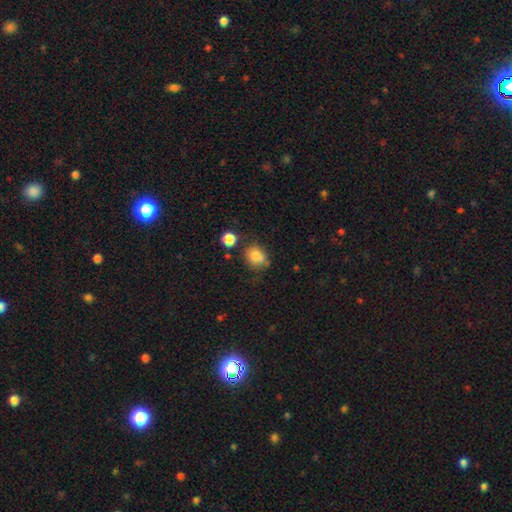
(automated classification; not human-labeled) Smooth or featured?
  - smooth: 81% *
  - star or artifact: 11%
  - featured or disk: 8%
How rounded?
  - round: 59% *
  - in between: 40%
  - cigar-shaped: 1%
Merging?
  - none: 63% *
  - minor disturbance: 21%
  - merger: 9%
  - major disturbance: 7%